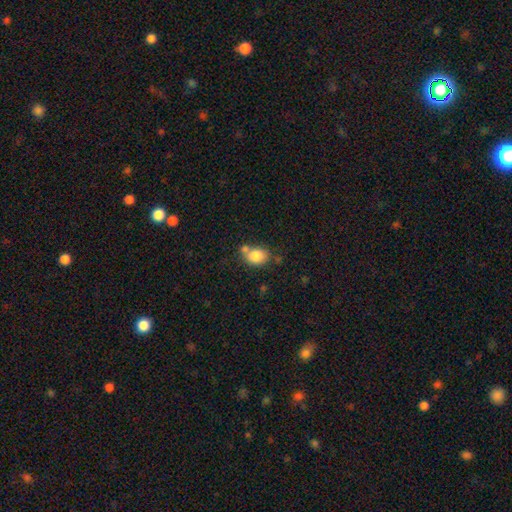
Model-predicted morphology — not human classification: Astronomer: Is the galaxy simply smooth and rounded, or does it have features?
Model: smooth — 82%.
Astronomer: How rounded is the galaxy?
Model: in between — 54% (runner-up: round, 45%).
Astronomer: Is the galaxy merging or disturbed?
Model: none — 50% (runner-up: merger, 27%).